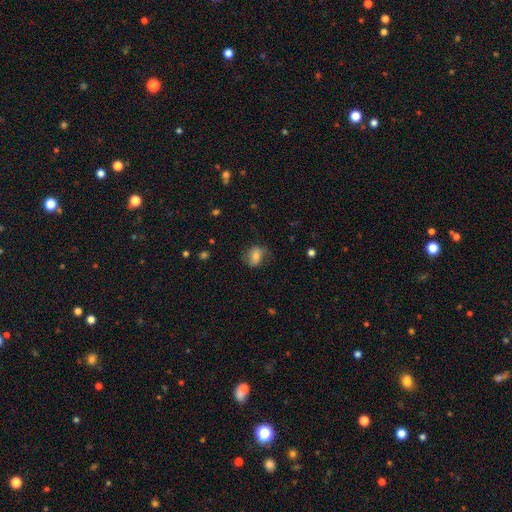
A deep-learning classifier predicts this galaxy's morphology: A smooth galaxy with no disk features (58%) that is in between round and cigar-shaped (62%). Merging: none (64%).